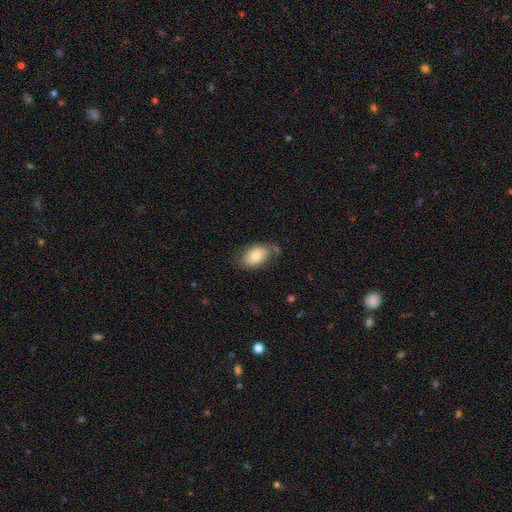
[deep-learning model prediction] A smooth galaxy with no disk features (77%) that is in between round and cigar-shaped (89%).

Vote fractions:
- Smooth or featured? smooth: 77% / featured or disk: 16% / star or artifact: 7%
- How rounded? in between: 89% / round: 9% / cigar-shaped: 1%
- Merging? none: 68% / minor disturbance: 22% / major disturbance: 5% / merger: 5%